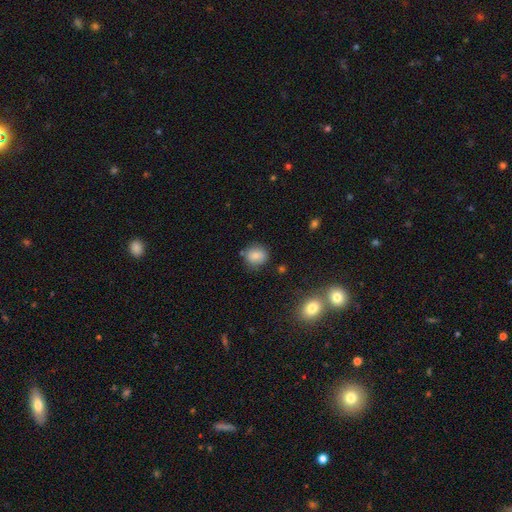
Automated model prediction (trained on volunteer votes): Q: Smooth or featured?
A: smooth (81%); runner-up: star or artifact (11%)
Q: How rounded?
A: round (75%); runner-up: in between (23%)
Q: Merging?
A: none (78%); runner-up: minor disturbance (14%)